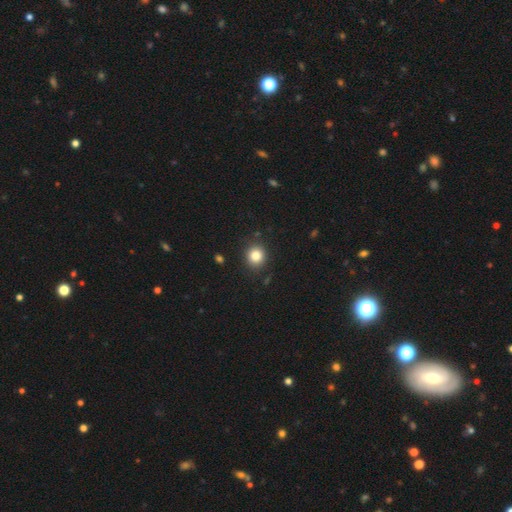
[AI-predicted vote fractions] smooth-or-featured: smooth: 83% | star or artifact: 11% | featured or disk: 5%
  how-rounded: round: 87% | in between: 12% | cigar-shaped: 1%
  merging: none: 88% | minor disturbance: 8% | major disturbance: 2% | merger: 2%